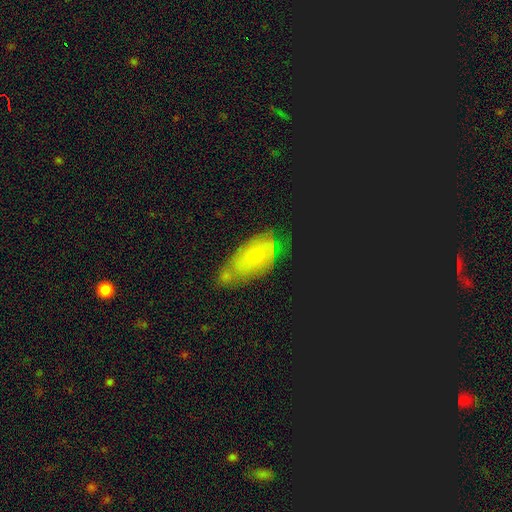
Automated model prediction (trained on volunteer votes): This appears to be a smooth galaxy with no disk features (49%). Merging: none (45%).